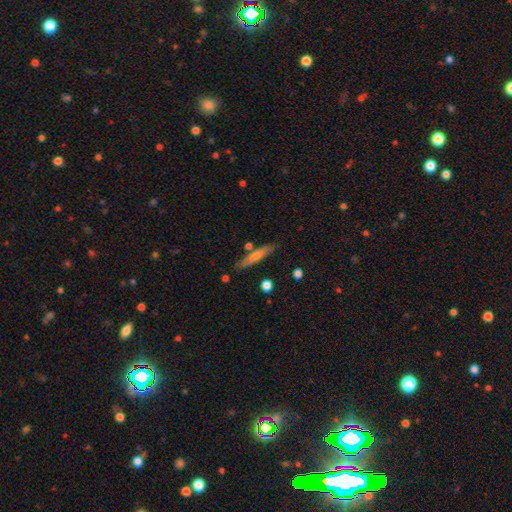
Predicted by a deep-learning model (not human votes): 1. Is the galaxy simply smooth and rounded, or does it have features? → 58% smooth, 36% featured or disk, 7% star or artifact.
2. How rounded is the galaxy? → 90% cigar-shaped, 8% in between, 2% round.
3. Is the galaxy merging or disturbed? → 81% none, 11% minor disturbance, 5% merger, 2% major disturbance.